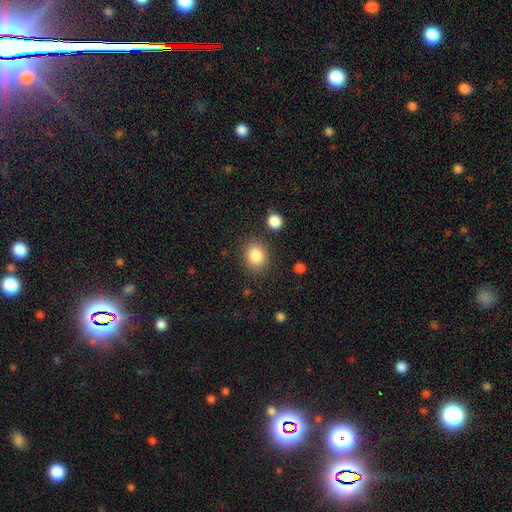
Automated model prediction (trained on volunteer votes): Q: Smooth or featured?
A: smooth (85%); runner-up: star or artifact (10%)
Q: How rounded?
A: round (67%); runner-up: in between (32%)
Q: Merging?
A: none (84%); runner-up: minor disturbance (9%)